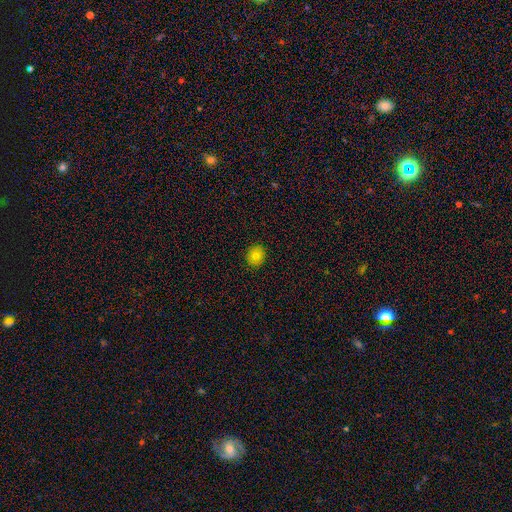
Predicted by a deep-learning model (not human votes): smooth 79%, star or artifact 12%, featured or disk 9%. Down the decision tree: how rounded — round (74%); merging — none (91%).